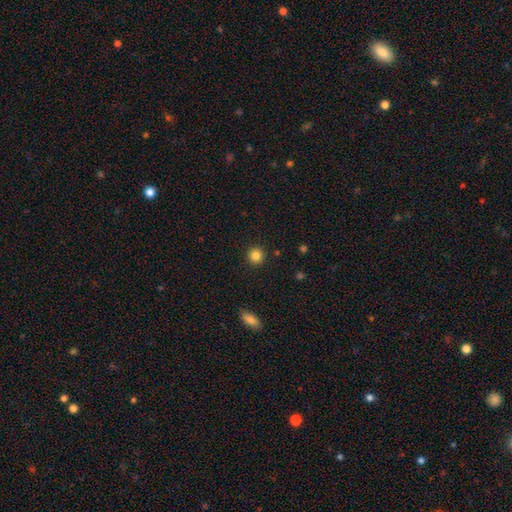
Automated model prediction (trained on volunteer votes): Smooth or featured: smooth — 84% (star or artifact — 11%)
How rounded: round — 93% (in between — 6%)
Merging: none — 92% (minor disturbance — 5%)